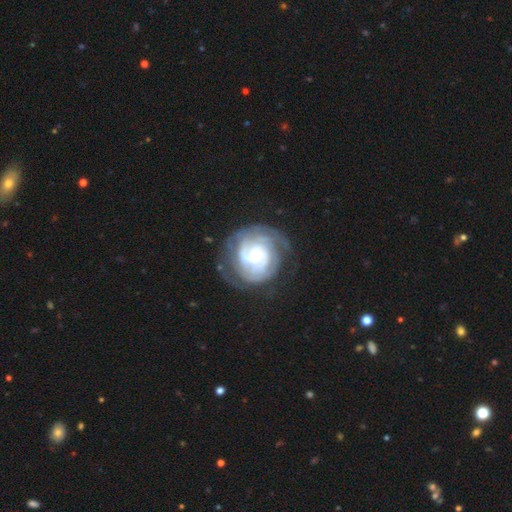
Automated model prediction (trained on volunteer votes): A featured or disk galaxy (83%) with no bar (69%), tight (70%) spiral arms (94%) and a small central bulge (67%). Merging: none (67%).